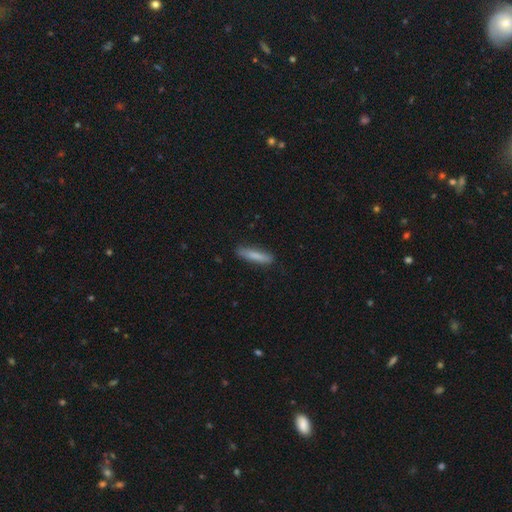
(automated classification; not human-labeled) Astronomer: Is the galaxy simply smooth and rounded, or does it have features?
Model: smooth — 81%.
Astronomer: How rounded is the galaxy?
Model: cigar-shaped — 86%.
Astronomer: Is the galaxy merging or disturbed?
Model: none — 85%.